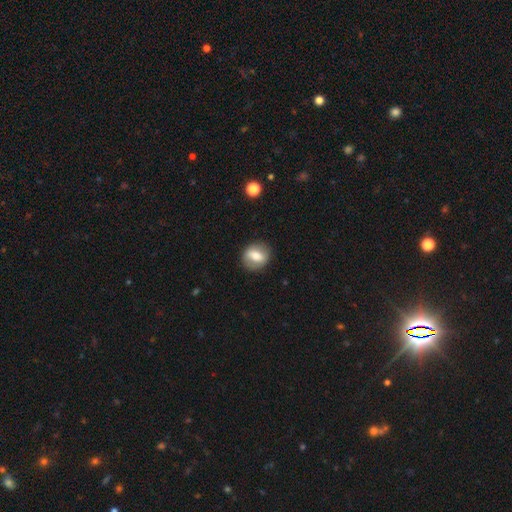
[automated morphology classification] Q: Smooth or featured?
A: smooth (57%); runner-up: featured or disk (35%)
Q: How rounded?
A: round (62%); runner-up: in between (36%)
Q: Merging?
A: none (85%); runner-up: minor disturbance (10%)